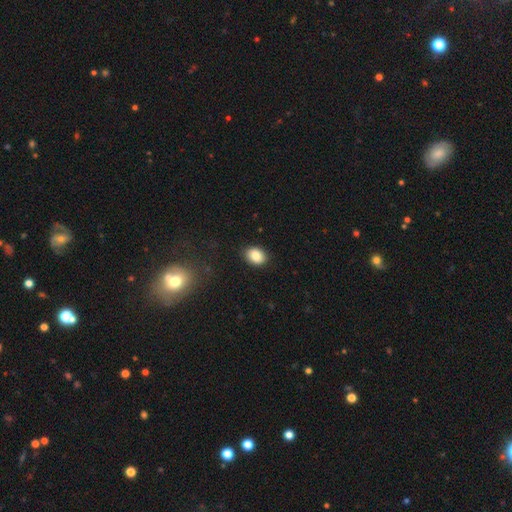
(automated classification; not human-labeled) Smooth or featured: smooth — 84% (star or artifact — 9%)
How rounded: in between — 70% (round — 29%)
Merging: none — 88% (minor disturbance — 9%)